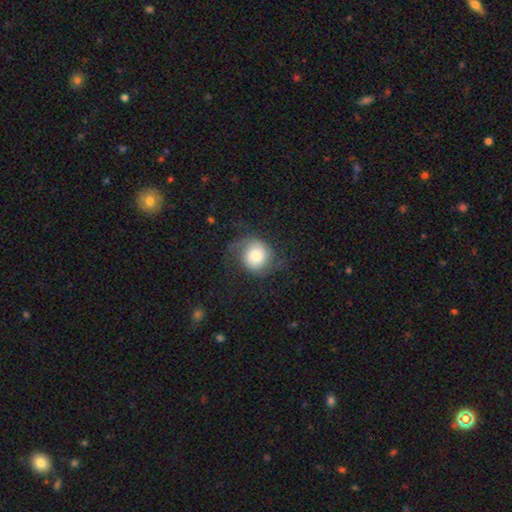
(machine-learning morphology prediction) Smooth or featured? Predicted: featured or disk (p=0.46). Merging? Predicted: none (p=0.60).